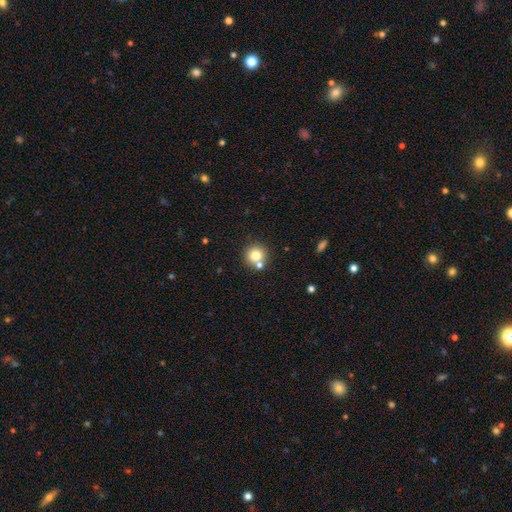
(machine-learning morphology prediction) This is likely a smooth galaxy (78%). How rounded: clearly round (92%). Merging: likely none (67%).